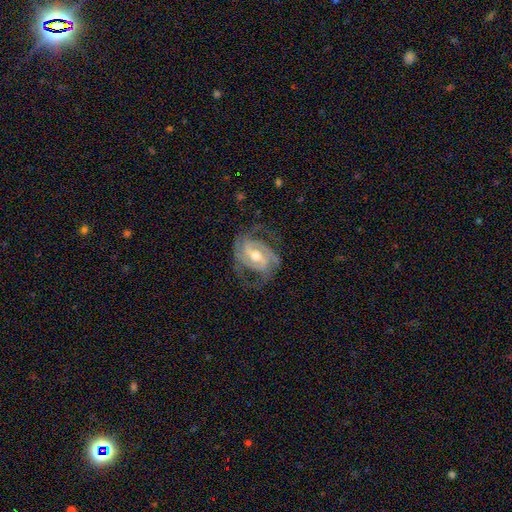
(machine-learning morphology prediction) The model was most divided on "spiral winding": tight: 45%, medium: 44%, loose: 11%. Remaining: edge-on disk — no (97%); spiral arms — yes (97%); smooth or featured — featured or disk (90%); bulge size — moderate (71%); merging — none (68%); spiral arm count — 2 (52%); bar — weak (43%).